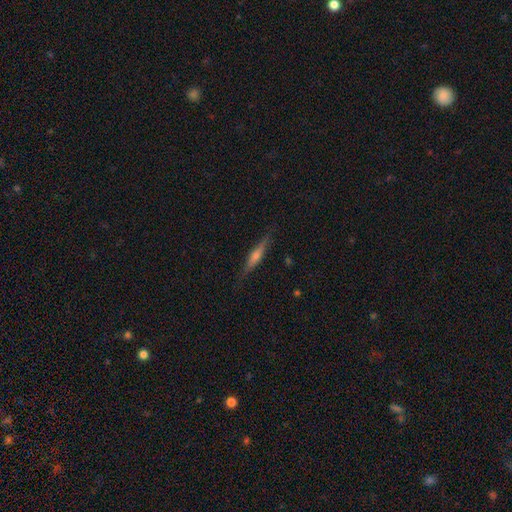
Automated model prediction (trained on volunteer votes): smooth_or_featured: featured or disk (p=0.60) [alt: smooth p=0.33]
disk_edge_on: yes (p=0.97) [alt: no p=0.03]
edge_on_bulge: rounded (p=0.72) [alt: none p=0.16]
merging: none (p=0.87) [alt: minor disturbance p=0.10]